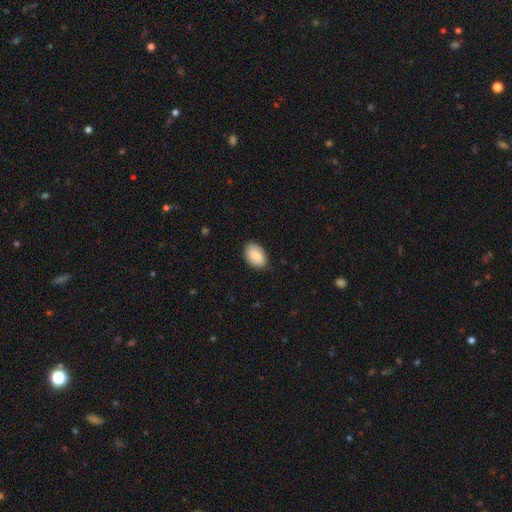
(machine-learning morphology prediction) A smooth galaxy with no disk features (81%) that is in between round and cigar-shaped (89%). Merging: none (84%).